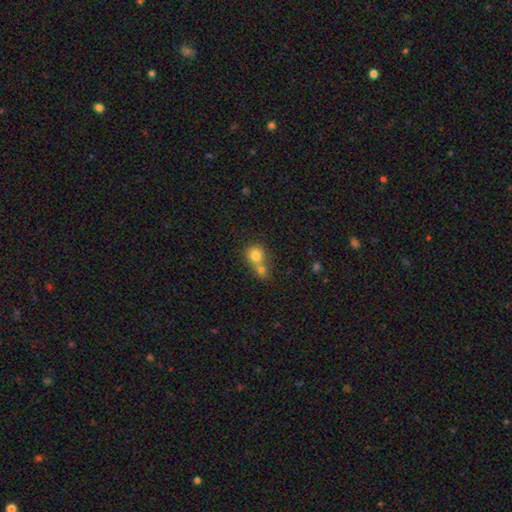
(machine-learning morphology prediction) This is likely a smooth galaxy (77%). How rounded: clearly round (82%). Merging: possibly merger (59%).